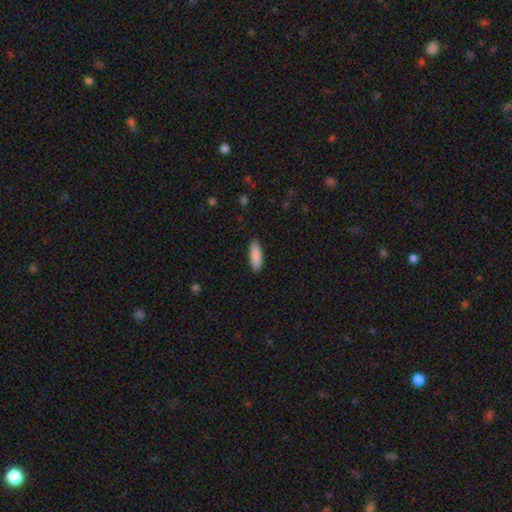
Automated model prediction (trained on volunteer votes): Overall: smooth (90%). How rounded: in between (59%; cigar-shaped 39%). Merging: none (88%).